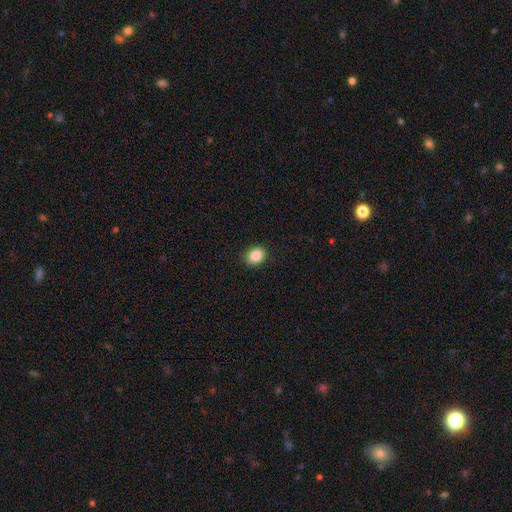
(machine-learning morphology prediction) smooth_or_featured: smooth (p=0.87) [alt: star or artifact p=0.09]
how_rounded: round (p=0.55) [alt: in between p=0.44]
merging: none (p=0.90) [alt: minor disturbance p=0.07]